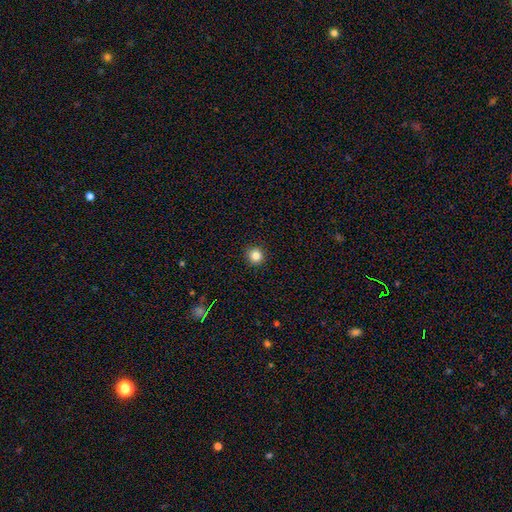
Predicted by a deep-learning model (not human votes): Smooth or featured? smooth (84%)
How rounded? round (94%)
Merging? none (93%)